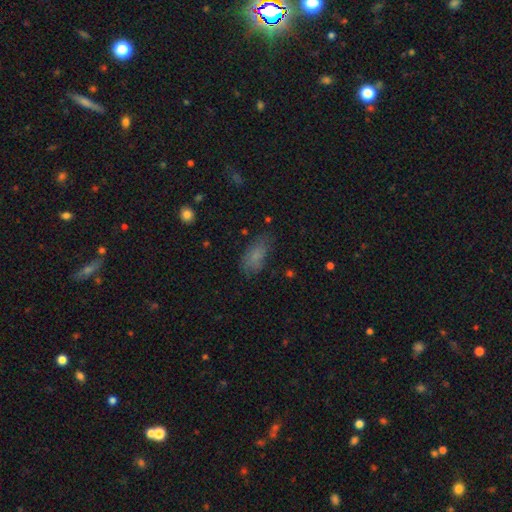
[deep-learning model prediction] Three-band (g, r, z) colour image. It shows a smooth galaxy with no disk features (77%) that is in between round and cigar-shaped (87%). Merging: none (67%).